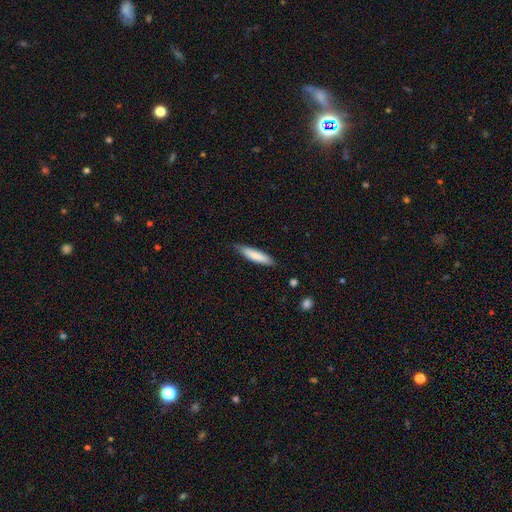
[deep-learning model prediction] Smooth or featured? smooth (81%)
How rounded? cigar-shaped (83%)
Merging? none (80%)